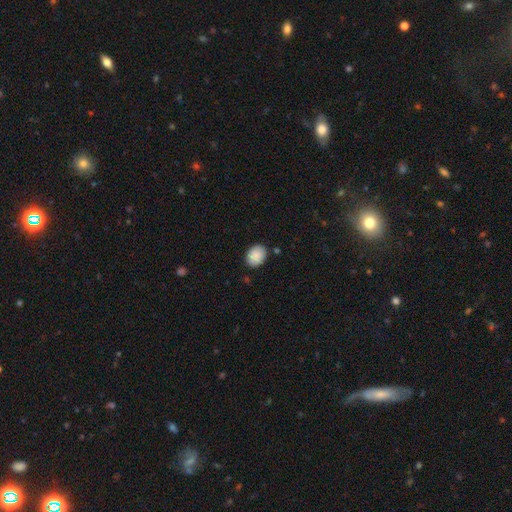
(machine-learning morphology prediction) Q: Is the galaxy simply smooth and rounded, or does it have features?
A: smooth — 89%.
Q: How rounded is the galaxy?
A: in between — 60%.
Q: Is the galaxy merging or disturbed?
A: none — 85%.